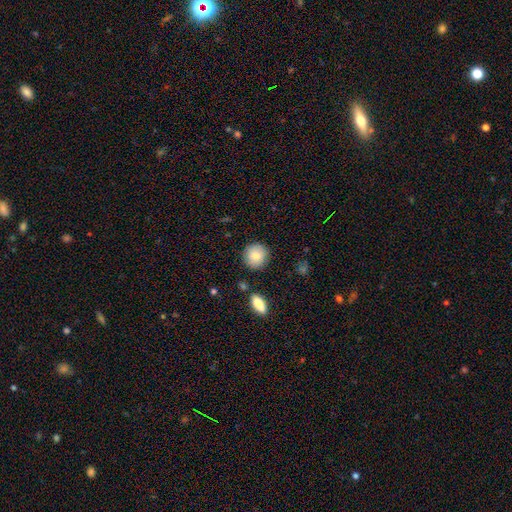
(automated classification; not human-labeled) Smooth or featured?
  - smooth: 83% *
  - featured or disk: 9%
  - star or artifact: 8%
How rounded?
  - round: 90% *
  - in between: 8%
  - cigar-shaped: 1%
Merging?
  - none: 86% *
  - minor disturbance: 9%
  - merger: 3%
  - major disturbance: 2%